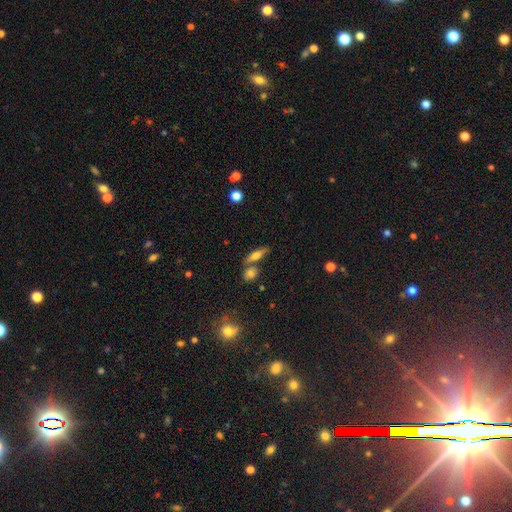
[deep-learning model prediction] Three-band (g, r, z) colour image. It shows a smooth galaxy with no disk features (50%). Merging: none (66%).